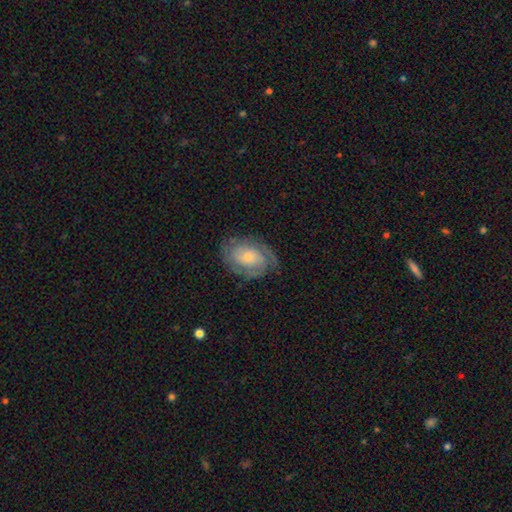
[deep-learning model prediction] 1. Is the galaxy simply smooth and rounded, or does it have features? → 78% featured or disk, 15% smooth, 6% star or artifact.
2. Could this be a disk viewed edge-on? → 97% no, 3% yes.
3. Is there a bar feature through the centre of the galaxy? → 71% no, 24% weak, 5% strong.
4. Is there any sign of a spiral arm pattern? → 94% yes, 6% no.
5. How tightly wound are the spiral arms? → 61% tight, 31% medium, 8% loose.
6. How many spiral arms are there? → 50% 2, 23% can't tell, 14% 3, 5% 1, 4% 4, 3% more than 4.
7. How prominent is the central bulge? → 62% small, 32% moderate, 3% large, 3% none, 1% dominant.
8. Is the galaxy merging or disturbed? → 76% none, 16% minor disturbance, 7% major disturbance, 1% merger.